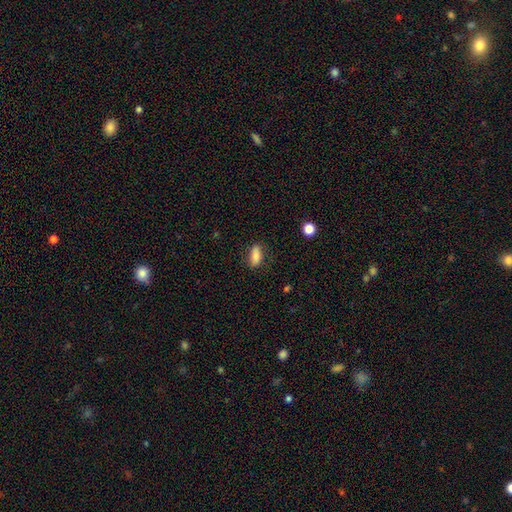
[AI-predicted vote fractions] The model was most divided on "merging": none: 77%, minor disturbance: 17%, major disturbance: 5%, merger: 1%. More confident: how rounded — in between (79%); smooth or featured — smooth (78%).